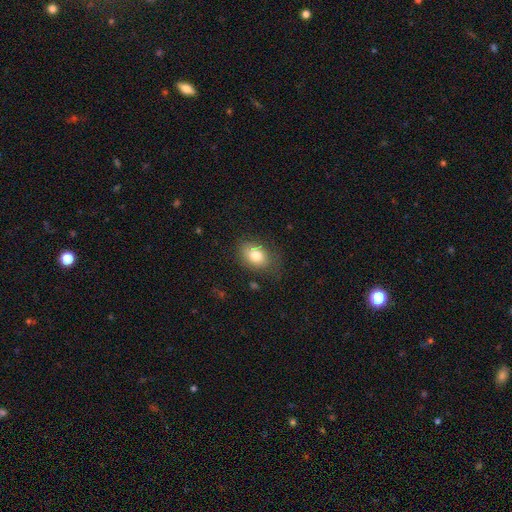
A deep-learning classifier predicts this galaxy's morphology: Smooth or featured? Predicted: smooth (p=0.80). How rounded? Predicted: in between (p=0.76). Merging? Predicted: none (p=0.74).